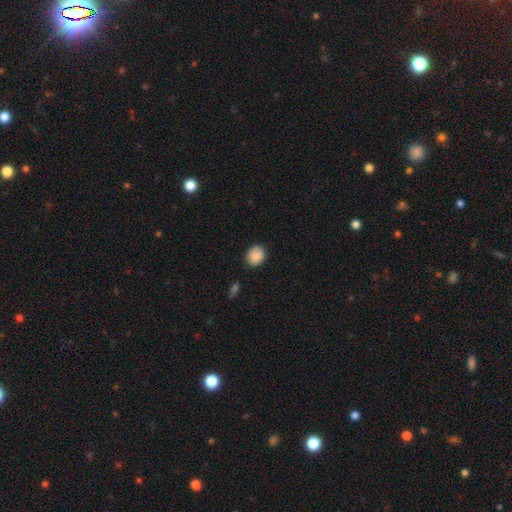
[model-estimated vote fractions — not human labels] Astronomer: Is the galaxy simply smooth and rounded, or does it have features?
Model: smooth — 88%.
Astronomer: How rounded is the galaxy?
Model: round — 69%.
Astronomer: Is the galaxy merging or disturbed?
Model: none — 81%.